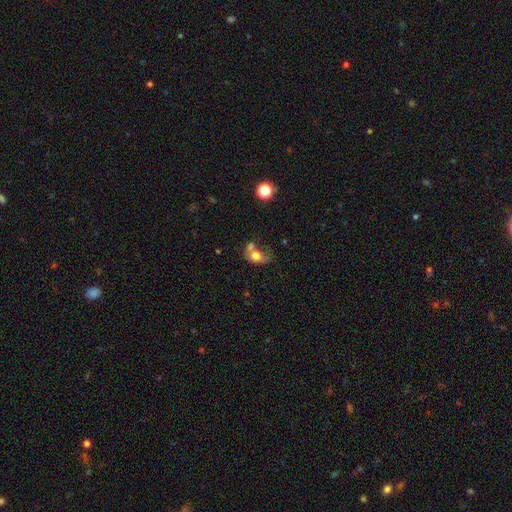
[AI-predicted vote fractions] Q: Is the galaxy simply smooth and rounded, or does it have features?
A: smooth — 68%.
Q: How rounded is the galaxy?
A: in between — 58%.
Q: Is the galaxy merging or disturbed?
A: merger — 43%.